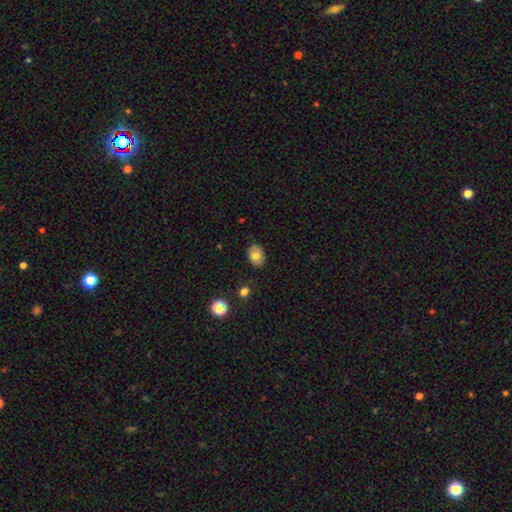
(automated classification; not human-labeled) A smooth galaxy with no disk features (75%) that is in between round and cigar-shaped (73%). Merging: none (82%).